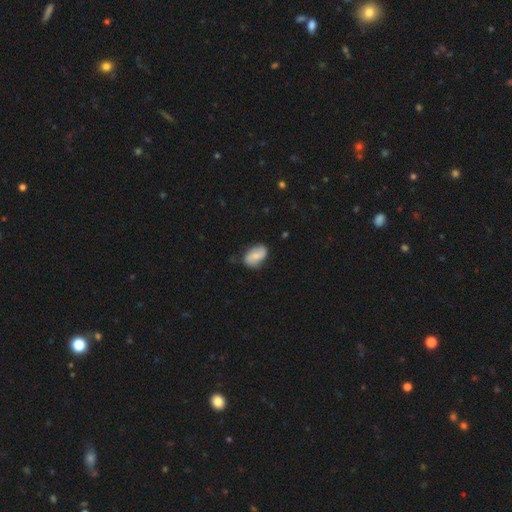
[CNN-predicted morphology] smooth-or-featured: smooth: 56% | featured or disk: 37% | star or artifact: 7%
  how-rounded: in between: 90% | round: 8% | cigar-shaped: 2%
  merging: none: 72% | minor disturbance: 22% | major disturbance: 4% | merger: 2%